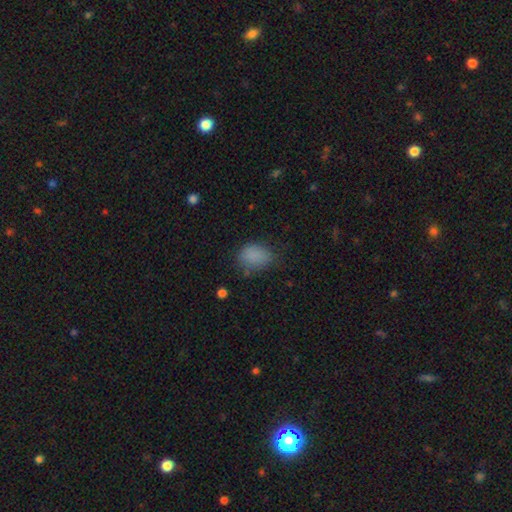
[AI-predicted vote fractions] smooth_or_featured: smooth (p=0.83) [alt: star or artifact p=0.11]
how_rounded: in between (p=0.64) [alt: round p=0.35]
merging: none (p=0.61) [alt: minor disturbance p=0.27]